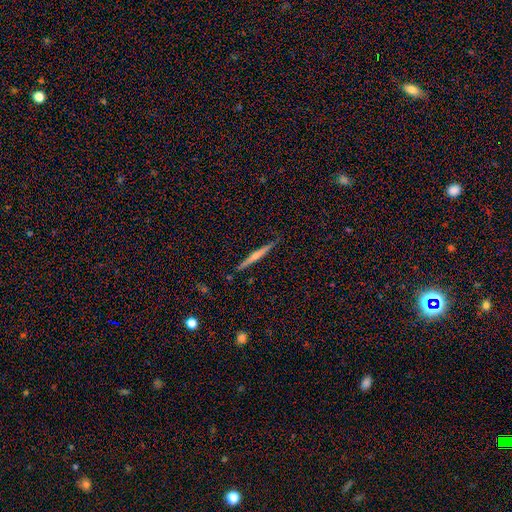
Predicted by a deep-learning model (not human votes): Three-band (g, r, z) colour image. It shows a featured or disk galaxy (57%) viewed edge-on (98%) with a rounded central bulge (56%). Merging: none (89%).